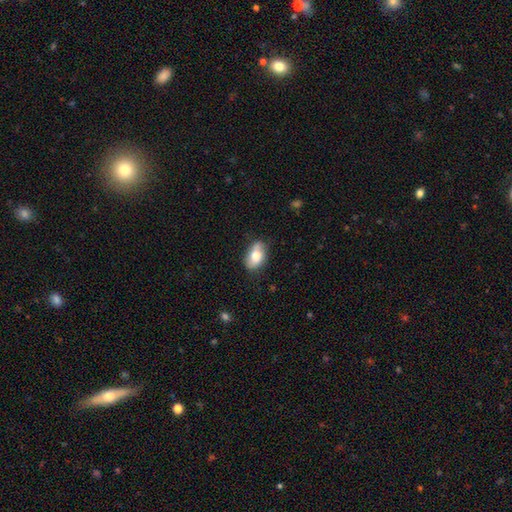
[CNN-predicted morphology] Smooth or featured? smooth (72%)
How rounded? in between (87%)
Merging? none (70%)